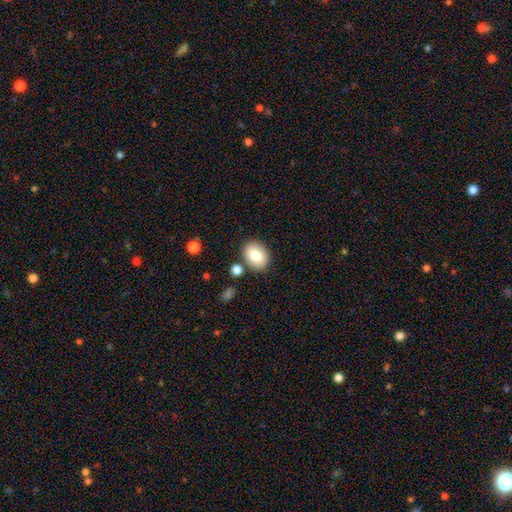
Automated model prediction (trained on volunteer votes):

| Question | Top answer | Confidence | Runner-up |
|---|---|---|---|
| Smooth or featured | smooth | 80% | featured or disk (12%) |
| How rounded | in between | 74% | round (25%) |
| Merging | none | 80% | minor disturbance (11%) |